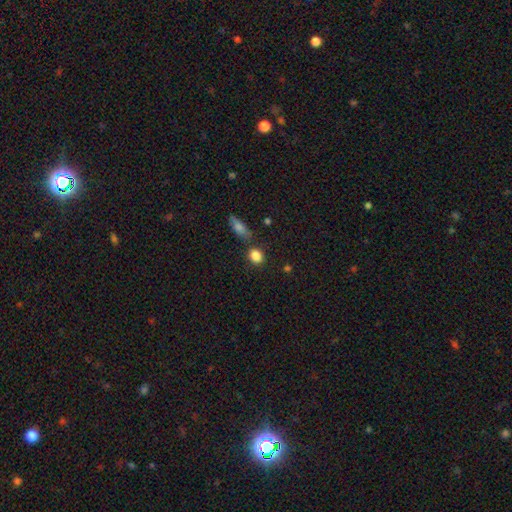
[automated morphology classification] A smooth galaxy with no disk features (85%) that is round (67%).

Vote fractions:
- Smooth or featured? smooth: 85% / star or artifact: 10% / featured or disk: 5%
- How rounded? round: 67% / in between: 31% / cigar-shaped: 3%
- Merging? none: 76% / minor disturbance: 12% / merger: 9% / major disturbance: 3%